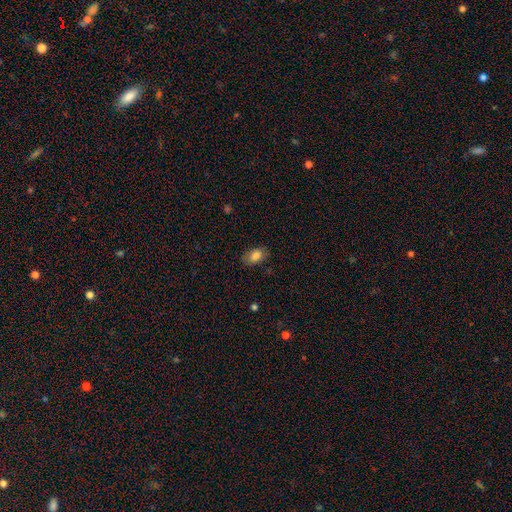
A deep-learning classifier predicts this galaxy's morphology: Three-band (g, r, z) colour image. It shows a smooth galaxy with no disk features (81%) that is in between round and cigar-shaped (90%). Merging: none (80%).